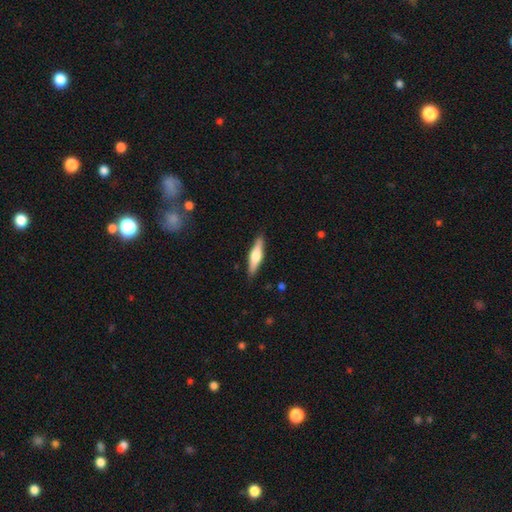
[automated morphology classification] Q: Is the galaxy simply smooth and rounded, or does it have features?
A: featured or disk — 50%.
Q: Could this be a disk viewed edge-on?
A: yes — 96%.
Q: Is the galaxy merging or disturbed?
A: none — 89%.